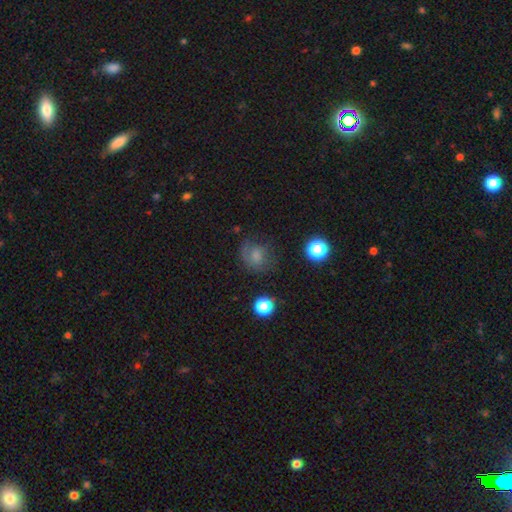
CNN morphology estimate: The model was most divided on "merging": none: 55%, minor disturbance: 25%, major disturbance: 18%, merger: 2%. More confident: how rounded — round (69%); smooth or featured — smooth (65%).